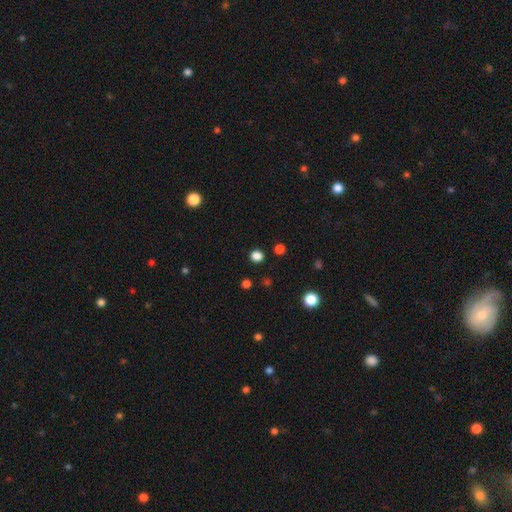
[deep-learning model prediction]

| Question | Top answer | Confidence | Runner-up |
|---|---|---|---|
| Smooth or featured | smooth | 81% | star or artifact (16%) |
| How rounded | round | 80% | in between (19%) |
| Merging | none | 90% | minor disturbance (6%) |